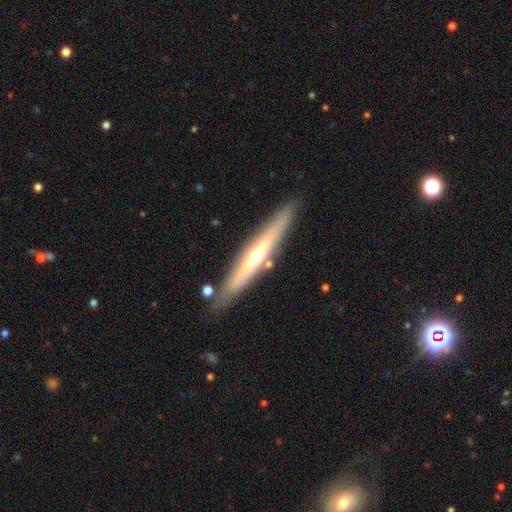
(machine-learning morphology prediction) A featured or disk galaxy (66%) viewed edge-on (91%) with a rounded central bulge (74%). Merging: none (86%).